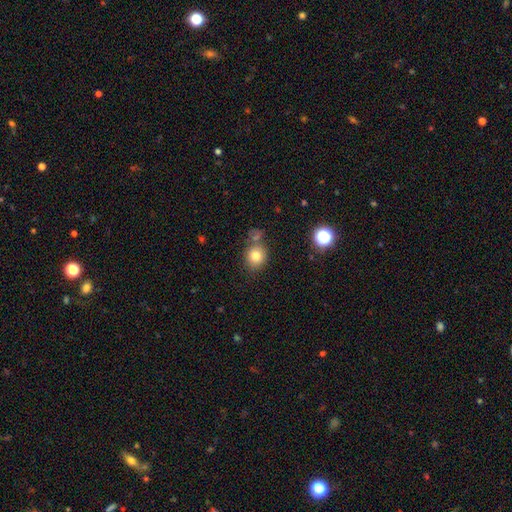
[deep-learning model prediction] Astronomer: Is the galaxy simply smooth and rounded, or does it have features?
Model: smooth — 80%.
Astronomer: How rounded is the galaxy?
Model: round — 75%.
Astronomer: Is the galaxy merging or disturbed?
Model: none — 65%.